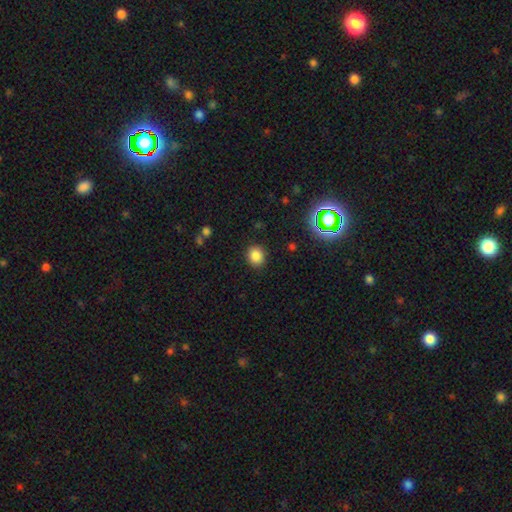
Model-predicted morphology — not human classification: Smooth or featured: smooth — 82% (star or artifact — 13%)
How rounded: round — 74% (in between — 25%)
Merging: none — 89% (minor disturbance — 8%)